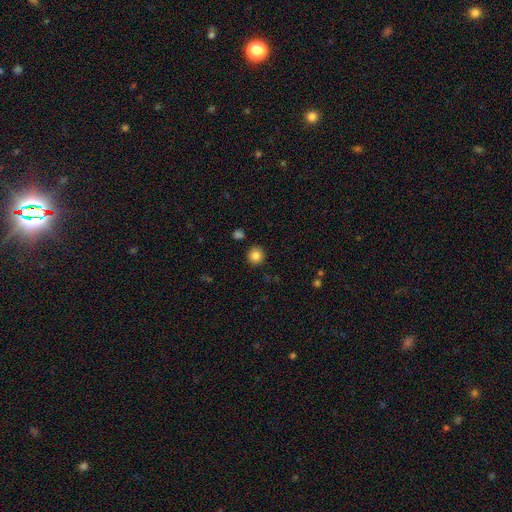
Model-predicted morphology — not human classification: A smooth galaxy with no disk features (85%) that is round (92%).

Vote fractions:
- Smooth or featured? smooth: 85% / star or artifact: 10% / featured or disk: 5%
- How rounded? round: 92% / in between: 7% / cigar-shaped: 1%
- Merging? none: 90% / minor disturbance: 6% / merger: 2% / major disturbance: 2%